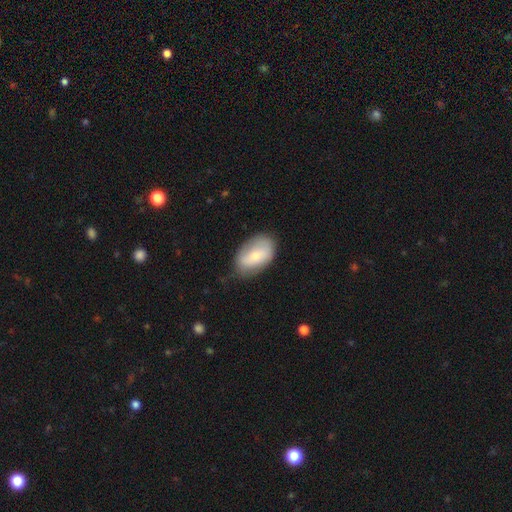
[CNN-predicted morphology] smooth-or-featured: smooth: 67% | featured or disk: 26% | star or artifact: 6%
  how-rounded: in between: 90% | round: 8% | cigar-shaped: 1%
  merging: none: 65% | minor disturbance: 26% | major disturbance: 7% | merger: 1%